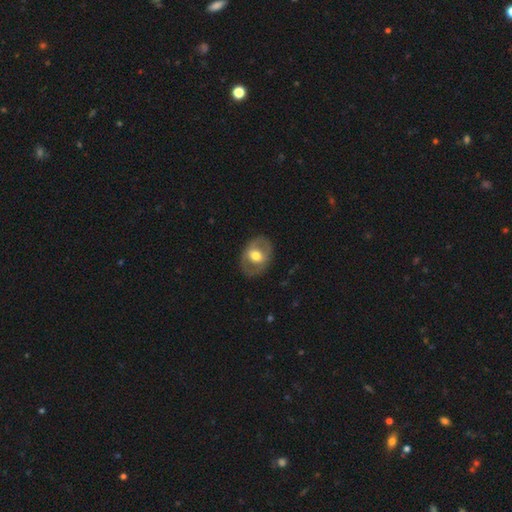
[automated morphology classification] A featured or disk galaxy (51%).

Vote fractions:
- Smooth or featured? featured or disk: 51% / smooth: 43% / star or artifact: 6%
- Edge-on disk? no: 92% / yes: 8%
- Merging? none: 80% / minor disturbance: 14% / major disturbance: 5% / merger: 1%